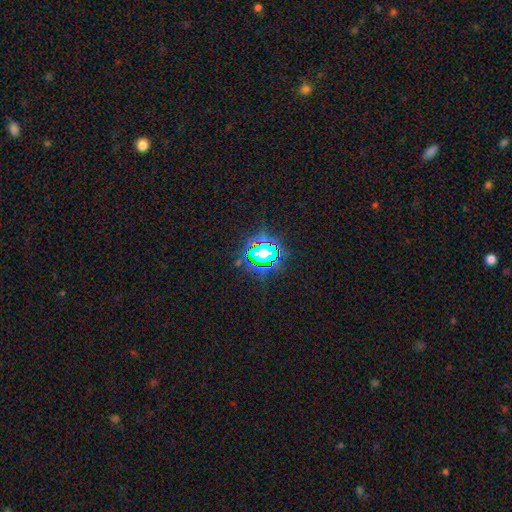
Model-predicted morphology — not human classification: smooth_or_featured: star or artifact (p=0.71) [alt: smooth p=0.20]